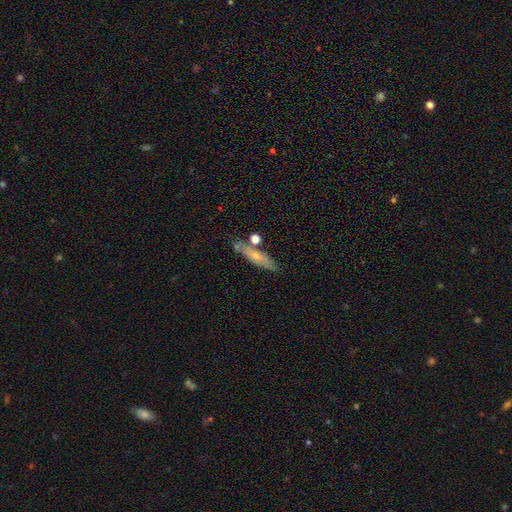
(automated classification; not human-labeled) Smooth or featured? Predicted: smooth (p=0.60). How rounded? Predicted: cigar-shaped (p=0.73). Merging? Predicted: none (p=0.71).